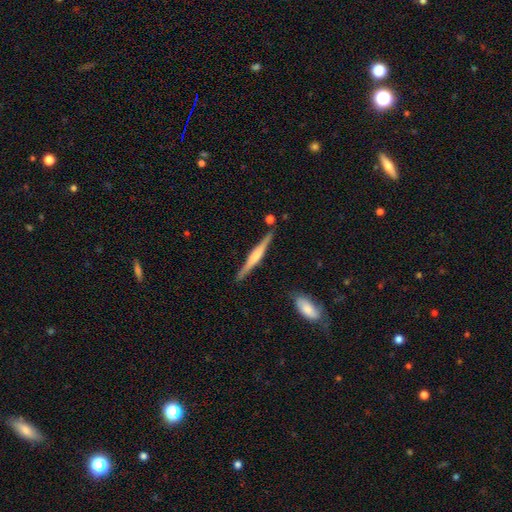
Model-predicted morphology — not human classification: Smooth or featured?
  - featured or disk: 65% *
  - smooth: 29%
  - star or artifact: 5%
Edge-on disk?
  - yes: 98% *
  - no: 2%
Edge-on bulge?
  - rounded: 62% *
  - boxy: 23%
  - none: 15%
Merging?
  - none: 86% *
  - minor disturbance: 9%
  - merger: 3%
  - major disturbance: 2%